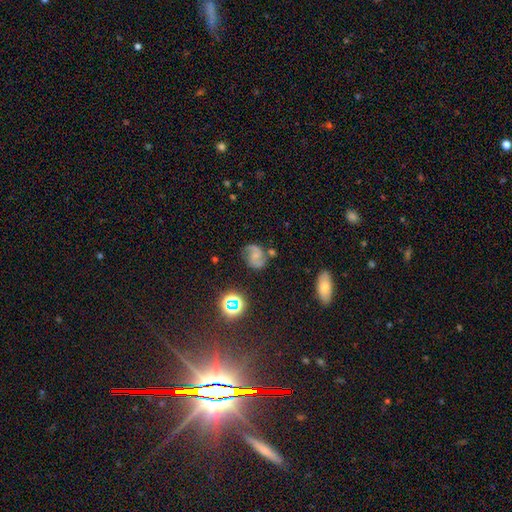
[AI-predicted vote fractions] The model was most divided on "spiral winding": medium: 49%, loose: 32%, tight: 19%. Remaining: edge-on disk — no (98%); spiral arms — yes (92%); spiral arm count — 2 (85%); smooth or featured — featured or disk (65%); merging — none (60%); bar — no (58%); bulge size — small (48%).